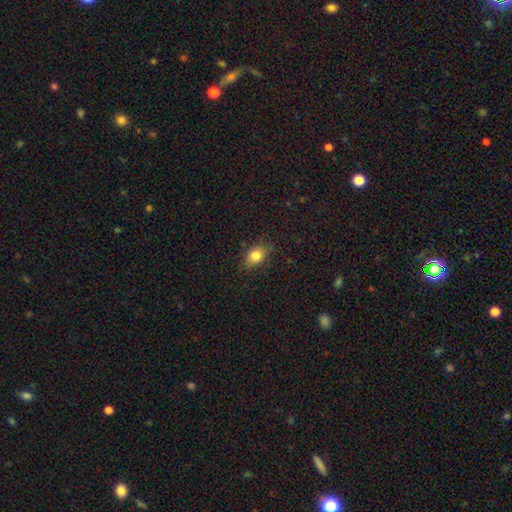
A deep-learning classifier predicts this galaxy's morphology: smooth_or_featured: smooth (p=0.82) [alt: star or artifact p=0.11]
how_rounded: in between (p=0.67) [alt: round p=0.32]
merging: none (p=0.78) [alt: minor disturbance p=0.17]